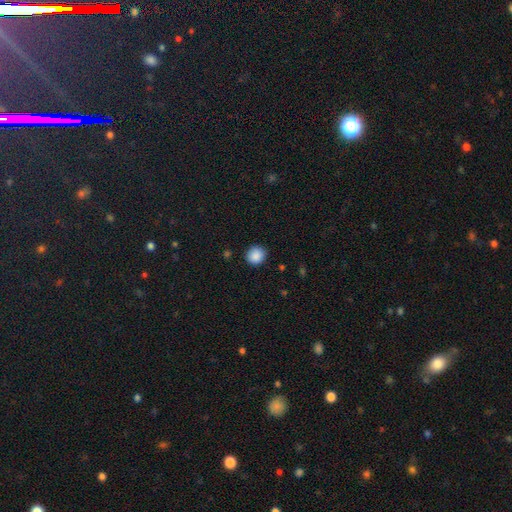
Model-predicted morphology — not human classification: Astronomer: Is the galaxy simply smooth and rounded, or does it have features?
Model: smooth — 88%.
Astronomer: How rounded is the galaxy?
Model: round — 88%.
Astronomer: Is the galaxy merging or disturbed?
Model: none — 89%.